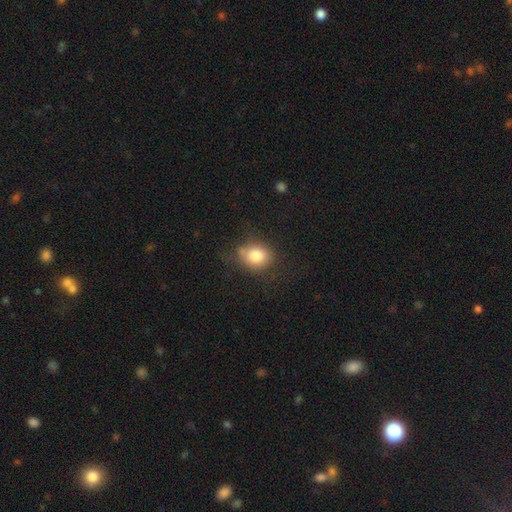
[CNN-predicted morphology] smooth-or-featured: smooth: 81% | star or artifact: 9% | featured or disk: 9%
  how-rounded: round: 55% | in between: 44% | cigar-shaped: 1%
  merging: none: 63% | minor disturbance: 24% | major disturbance: 9% | merger: 4%